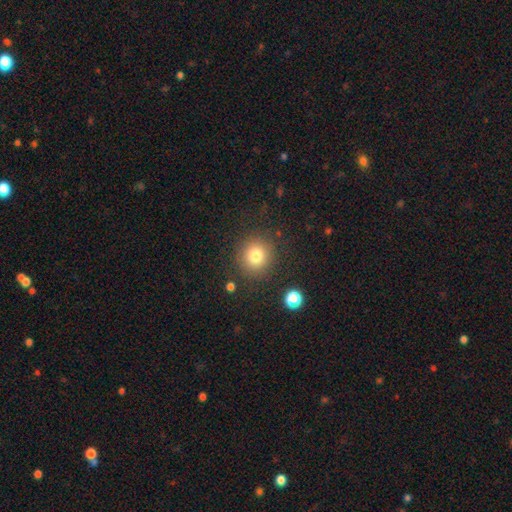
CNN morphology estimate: A smooth galaxy with no disk features (79%) that is round (90%). Merging: none (87%).